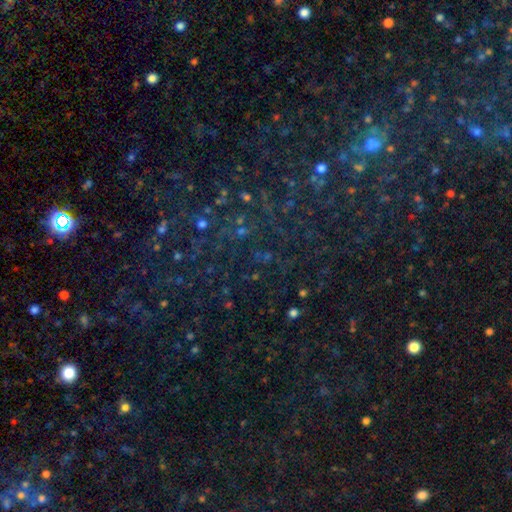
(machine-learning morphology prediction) star or artifact 75%, smooth 15%, featured or disk 10%.